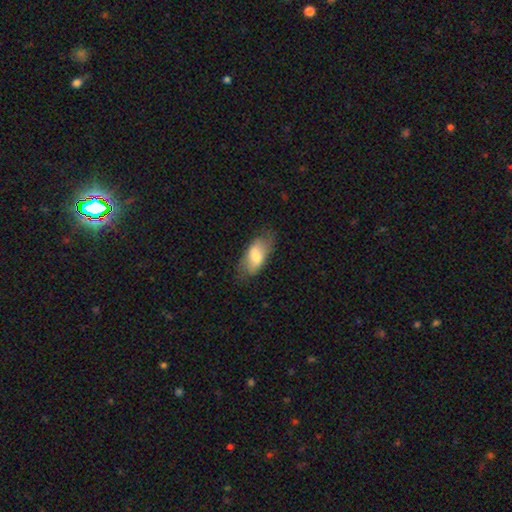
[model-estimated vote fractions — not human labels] smooth 64%, featured or disk 30%, star or artifact 6%. Down the decision tree: how rounded — in between (88%); merging — none (67%).